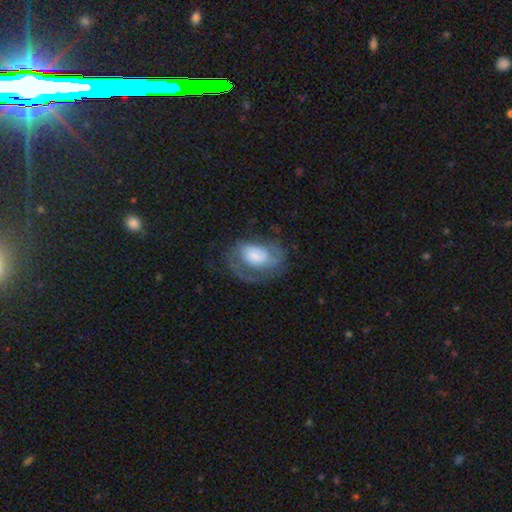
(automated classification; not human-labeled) smooth_or_featured: featured or disk (p=0.61) [alt: smooth p=0.31]
disk_edge_on: no (p=0.97) [alt: yes p=0.03]
bar: no (p=0.68) [alt: weak p=0.25]
has_spiral_arms: yes (p=0.76) [alt: no p=0.24]
bulge_size: large (p=0.42) [alt: moderate p=0.23]
merging: none (p=0.45) [alt: major disturbance p=0.29]